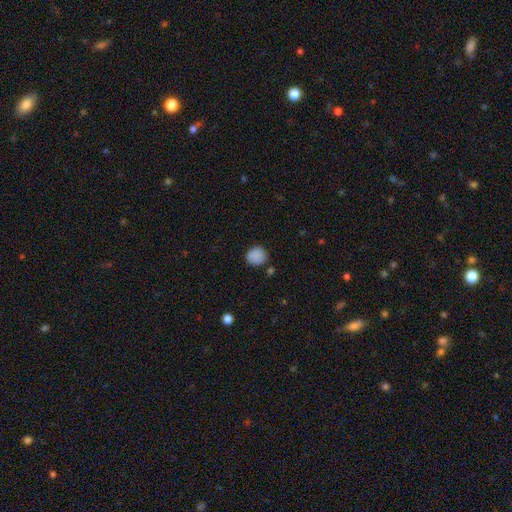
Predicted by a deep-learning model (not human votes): The model was most divided on "merging": none: 79%, minor disturbance: 14%, merger: 4%, major disturbance: 3%. More confident: smooth or featured — smooth (86%); how rounded — round (83%).